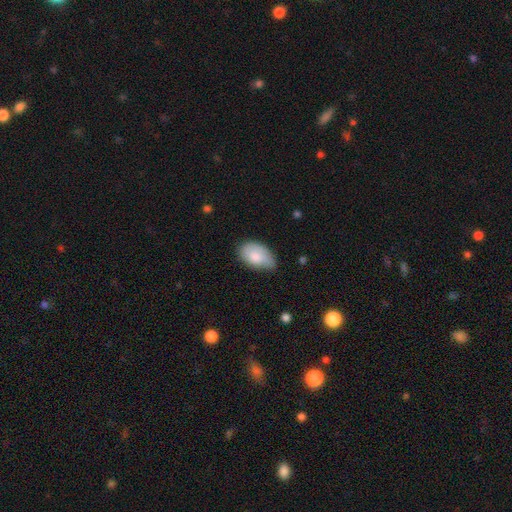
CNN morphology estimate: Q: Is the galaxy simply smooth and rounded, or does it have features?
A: smooth — 82%.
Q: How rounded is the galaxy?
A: in between — 93%.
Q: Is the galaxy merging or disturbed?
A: none — 56%.